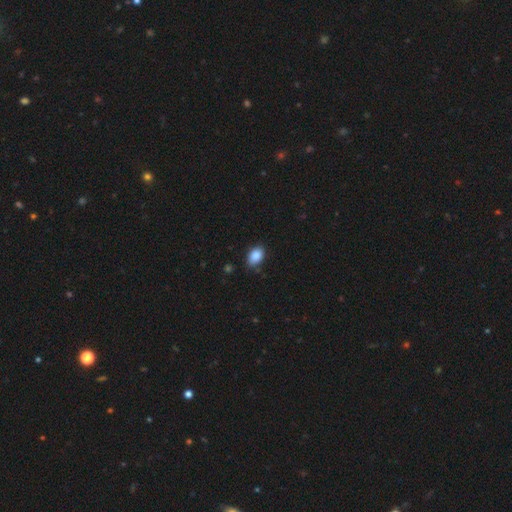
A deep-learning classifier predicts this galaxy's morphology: Overall: smooth (88%). How rounded: in between (85%). Merging: none (79%).